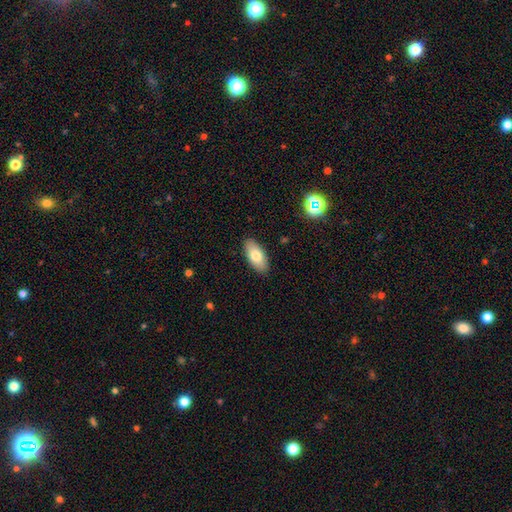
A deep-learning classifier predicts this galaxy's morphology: Smooth or featured? Predicted: smooth (p=0.78). How rounded? Predicted: in between (p=0.90). Merging? Predicted: none (p=0.89).